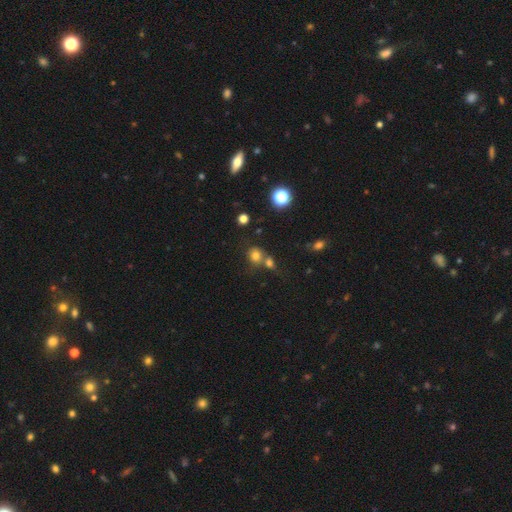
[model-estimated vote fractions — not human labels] Smooth or featured? smooth (74%)
How rounded? round (76%)
Merging? none (43%, tied with merger)